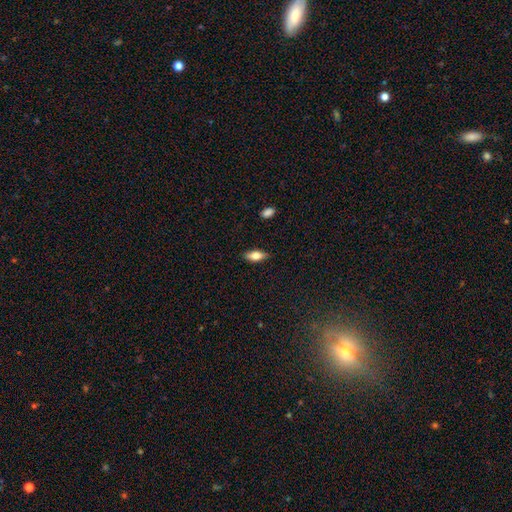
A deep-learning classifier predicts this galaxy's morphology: Q: Smooth or featured?
A: smooth (69%); runner-up: featured or disk (24%)
Q: How rounded?
A: in between (74%); runner-up: cigar-shaped (23%)
Q: Merging?
A: none (86%); runner-up: minor disturbance (11%)